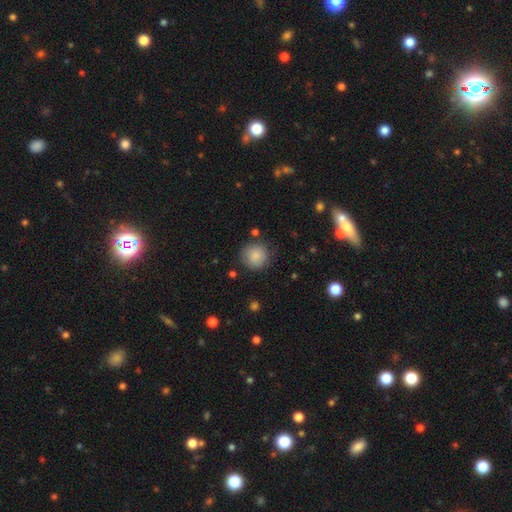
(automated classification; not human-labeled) Smooth or featured? Predicted: smooth (p=0.84). How rounded? Predicted: round (p=0.93). Merging? Predicted: none (p=0.81).